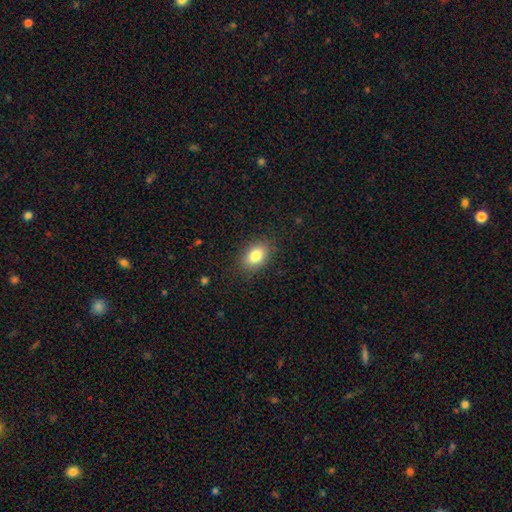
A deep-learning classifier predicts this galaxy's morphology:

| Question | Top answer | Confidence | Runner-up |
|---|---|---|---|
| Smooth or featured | smooth | 82% | star or artifact (9%) |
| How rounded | in between | 82% | round (16%) |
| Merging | none | 86% | minor disturbance (10%) |